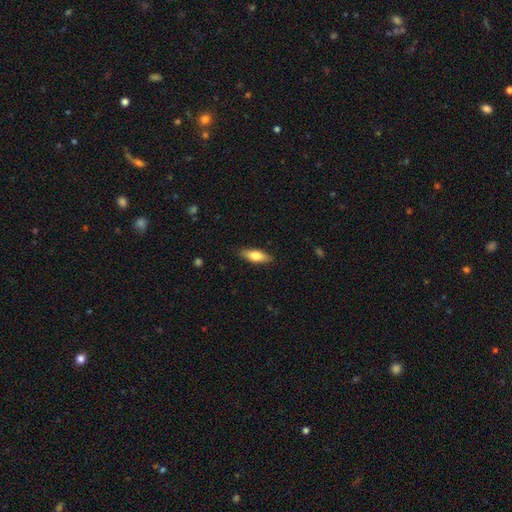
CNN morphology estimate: A smooth galaxy with no disk features (74%) that is in between round and cigar-shaped (63%). Merging: none (87%).